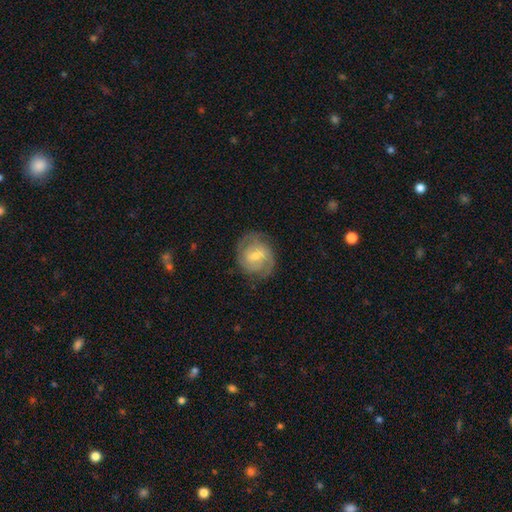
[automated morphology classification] Smooth or featured? Predicted: featured or disk (p=0.75). Edge-on disk? Predicted: no (p=0.97). Bar? Predicted: weak (p=0.54). Spiral arms? Predicted: yes (p=0.89). Spiral winding? Predicted: tight (p=0.50). Spiral arm count? Predicted: 2 (p=0.63). Bulge size? Predicted: small (p=0.50). Merging? Predicted: none (p=0.74).